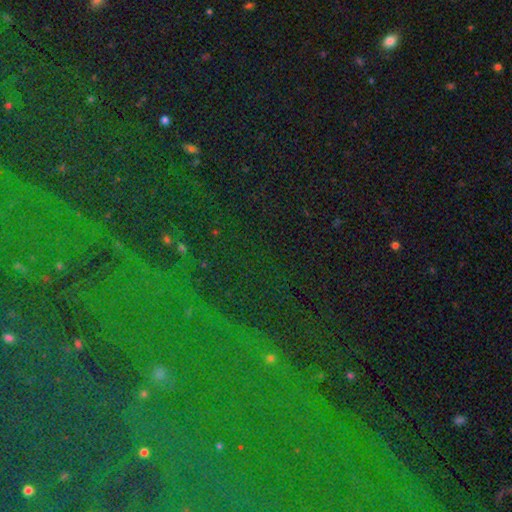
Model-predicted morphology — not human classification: A star or artifact, not a galaxy (80%).

Vote fractions:
- Smooth or featured? star or artifact: 80% / smooth: 10% / featured or disk: 9%